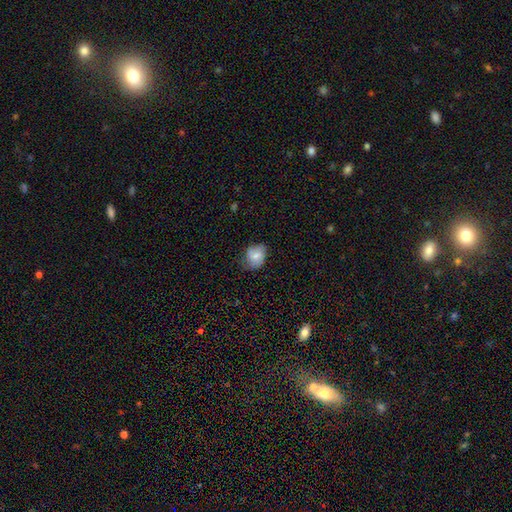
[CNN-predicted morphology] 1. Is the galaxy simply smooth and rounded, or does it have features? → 64% smooth, 28% featured or disk, 8% star or artifact.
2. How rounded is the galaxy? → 53% round, 46% in between, 1% cigar-shaped.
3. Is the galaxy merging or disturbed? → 59% none, 31% minor disturbance, 9% major disturbance, 1% merger.